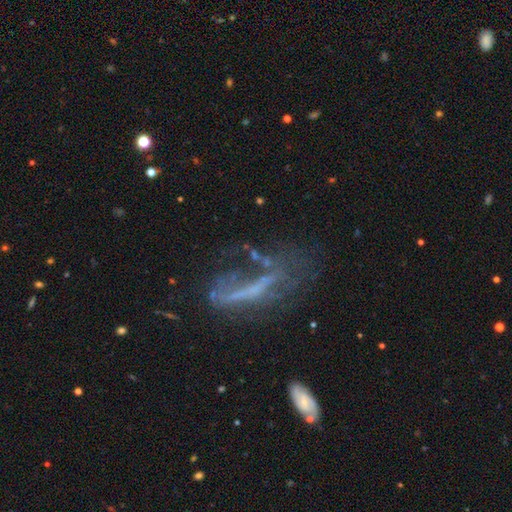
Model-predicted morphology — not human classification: type=featured or disk (60%); edge-on=no (70%); merging=none (38%).